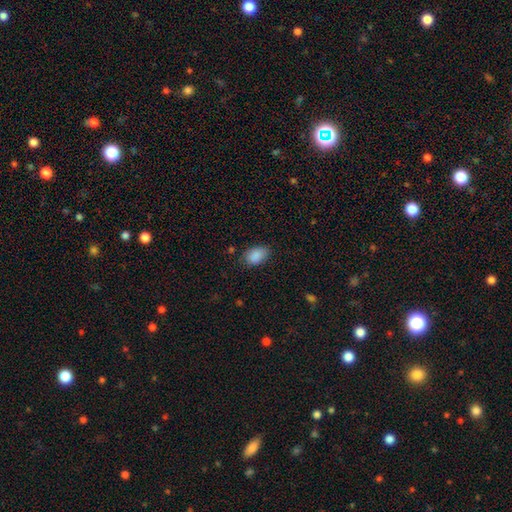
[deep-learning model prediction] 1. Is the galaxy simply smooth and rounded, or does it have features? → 89% smooth, 7% star or artifact, 4% featured or disk.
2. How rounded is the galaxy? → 87% in between, 12% round, 1% cigar-shaped.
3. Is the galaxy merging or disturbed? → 75% none, 20% minor disturbance, 4% major disturbance, 1% merger.